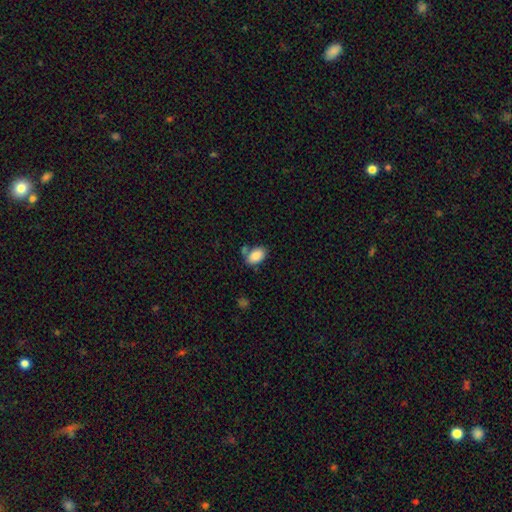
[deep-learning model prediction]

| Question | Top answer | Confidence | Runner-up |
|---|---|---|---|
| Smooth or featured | smooth | 87% | star or artifact (7%) |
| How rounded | in between | 91% | round (8%) |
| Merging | none | 64% | minor disturbance (17%) |